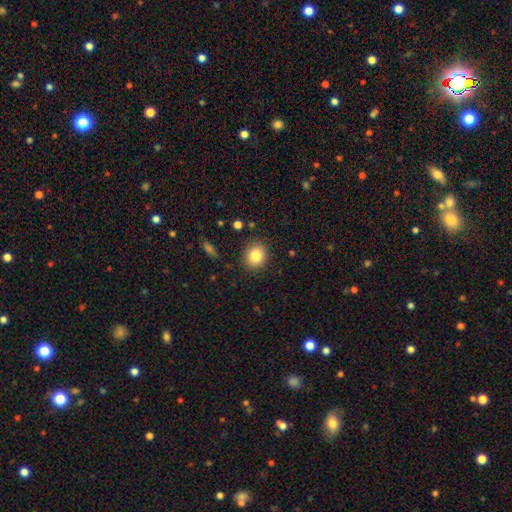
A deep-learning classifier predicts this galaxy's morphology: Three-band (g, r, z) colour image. It shows a smooth galaxy with no disk features (82%) that is round (79%). Merging: none (89%).